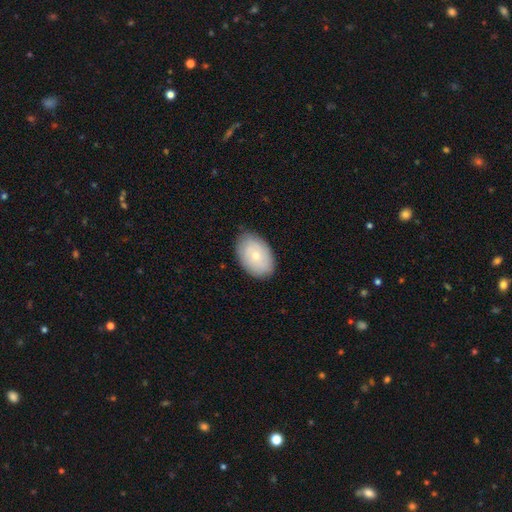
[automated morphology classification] Smooth or featured? Predicted: smooth (p=0.66). How rounded? Predicted: in between (p=0.88). Merging? Predicted: none (p=0.83).